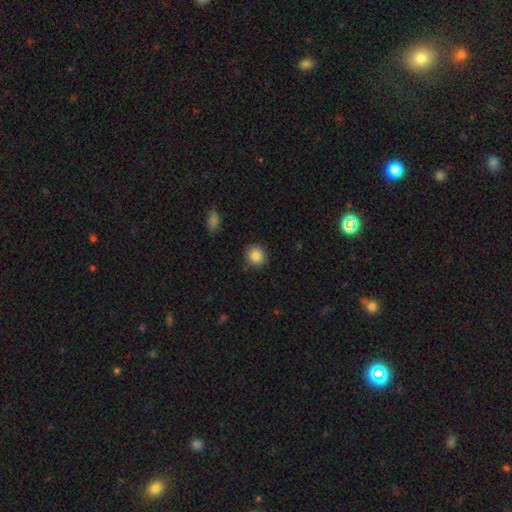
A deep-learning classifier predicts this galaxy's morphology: A smooth galaxy with no disk features (87%) that is round (90%).

Vote fractions:
- Smooth or featured? smooth: 87% / star or artifact: 9% / featured or disk: 4%
- How rounded? round: 90% / in between: 9% / cigar-shaped: 1%
- Merging? none: 89% / minor disturbance: 7% / major disturbance: 2% / merger: 1%